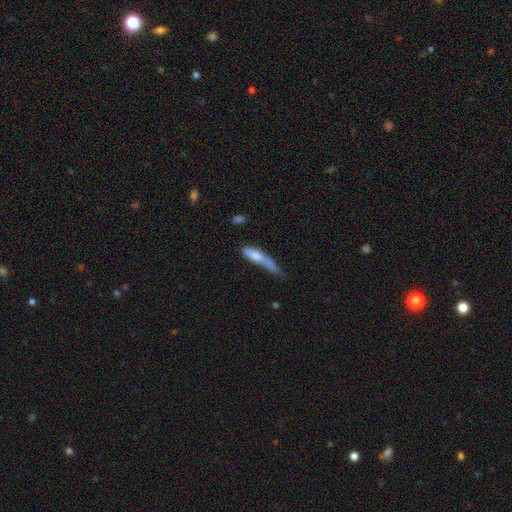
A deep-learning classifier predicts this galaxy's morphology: smooth-or-featured: smooth: 61% | featured or disk: 32% | star or artifact: 7%
  how-rounded: cigar-shaped: 78% | in between: 20% | round: 2%
  merging: minor disturbance: 33% | none: 29% | major disturbance: 29% | merger: 9%